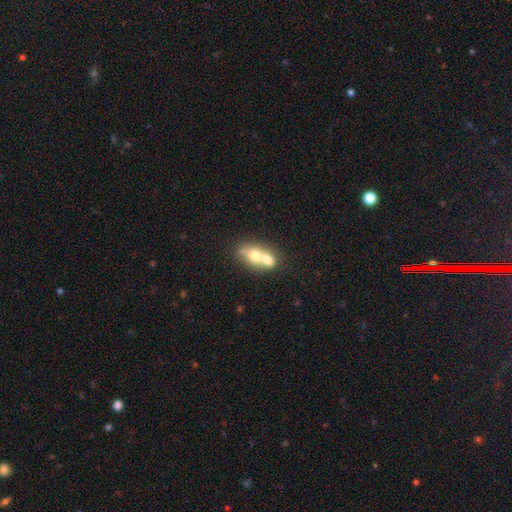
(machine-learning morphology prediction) A smooth galaxy with no disk features (64%) that is in between round and cigar-shaped (65%). Merging: merger (74%).